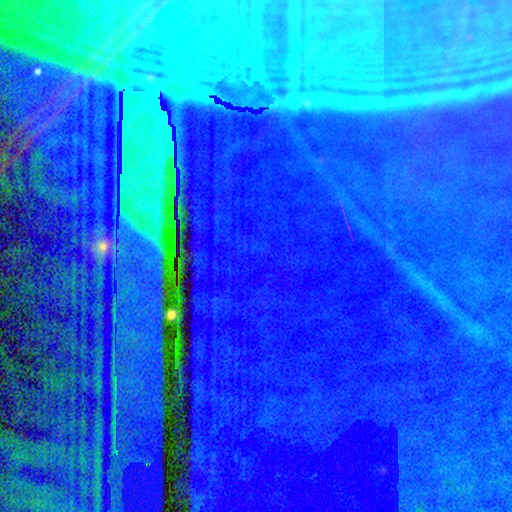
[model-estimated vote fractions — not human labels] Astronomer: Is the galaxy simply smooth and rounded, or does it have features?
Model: star or artifact — 87%.